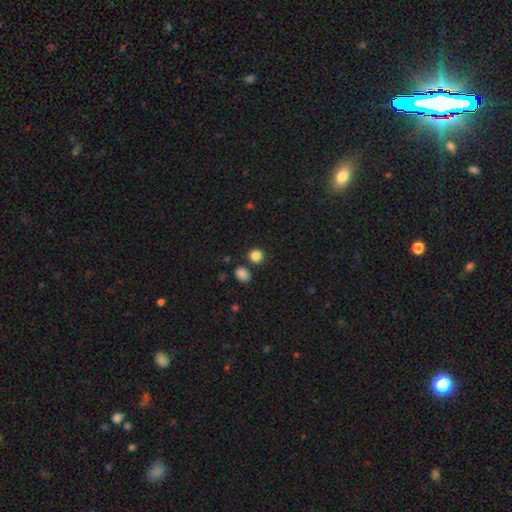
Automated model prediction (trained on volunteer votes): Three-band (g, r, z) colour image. It shows a smooth galaxy with no disk features (85%) that is round (87%). Merging: none (80%).